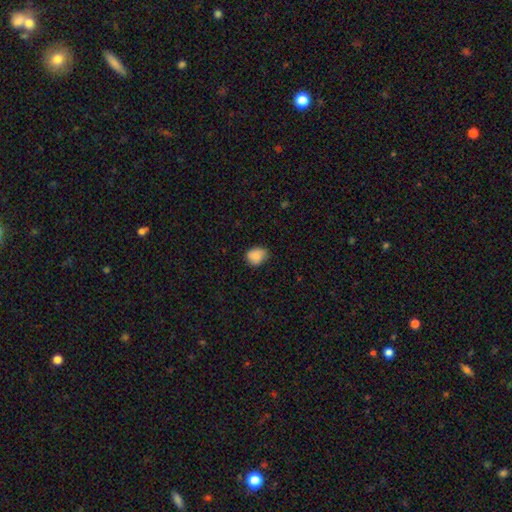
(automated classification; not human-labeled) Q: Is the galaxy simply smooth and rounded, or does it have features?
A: smooth — 85%.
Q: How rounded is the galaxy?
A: in between — 50%.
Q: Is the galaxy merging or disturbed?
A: none — 60%.